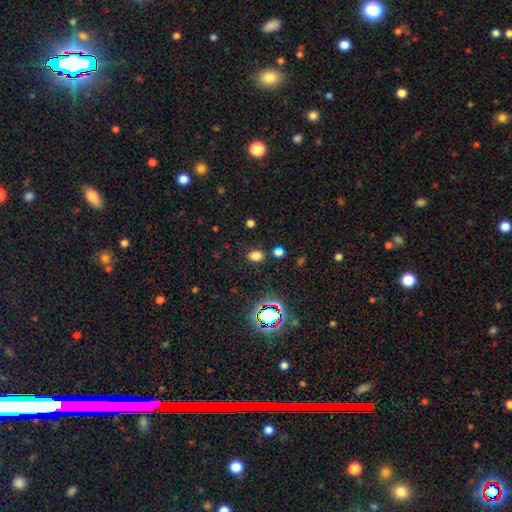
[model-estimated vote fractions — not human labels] This is likely a smooth galaxy (73%). How rounded: likely in between (67%). Merging: clearly none (83%).